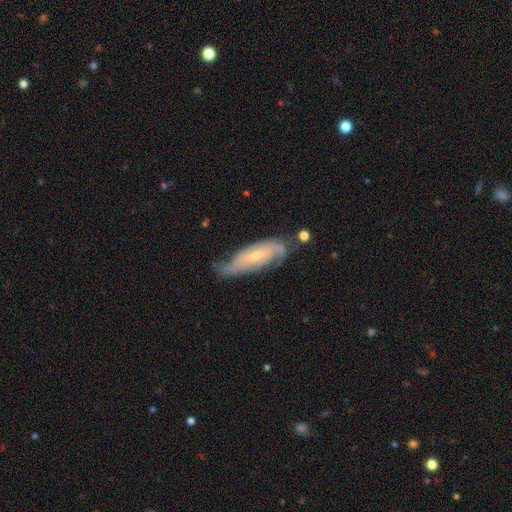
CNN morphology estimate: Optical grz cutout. It shows a featured or disk galaxy (74%) with no bar (59%), 2 (47%) tight (44%) spiral arms (91%) and a small central bulge (70%). Merging: none (63%).